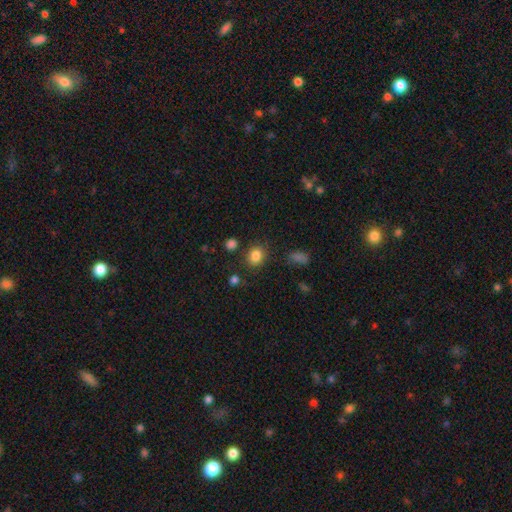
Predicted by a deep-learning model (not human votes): Morphology: type=smooth (84%); roundness=round (58%); merging=none (82%).